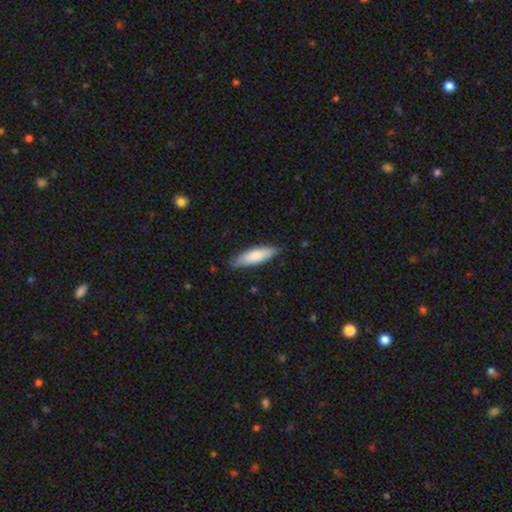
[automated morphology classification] This is clearly a smooth galaxy (81%). How rounded: possibly cigar-shaped (55%). Merging: clearly none (82%).